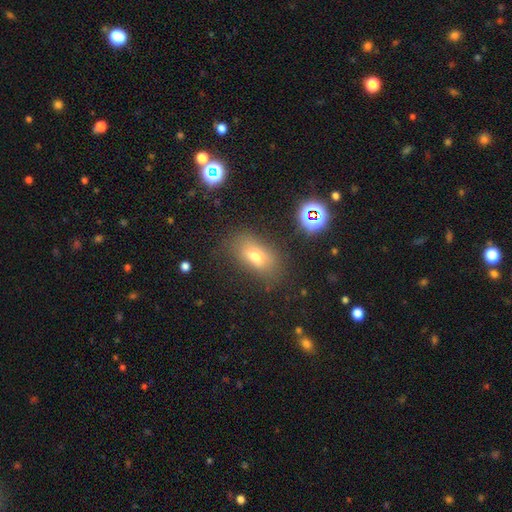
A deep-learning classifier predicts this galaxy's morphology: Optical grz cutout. It shows a smooth galaxy with no disk features (67%) that is in between round and cigar-shaped (83%). Merging: none (72%).